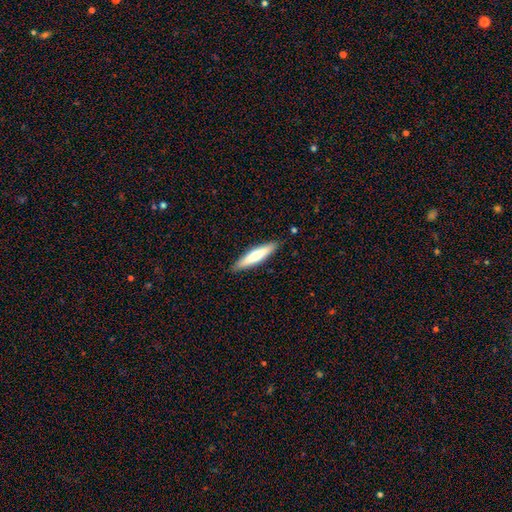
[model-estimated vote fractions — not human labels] smooth 59%, featured or disk 36%, star or artifact 5%. Down the decision tree: how rounded — cigar-shaped (83%); merging — none (89%).